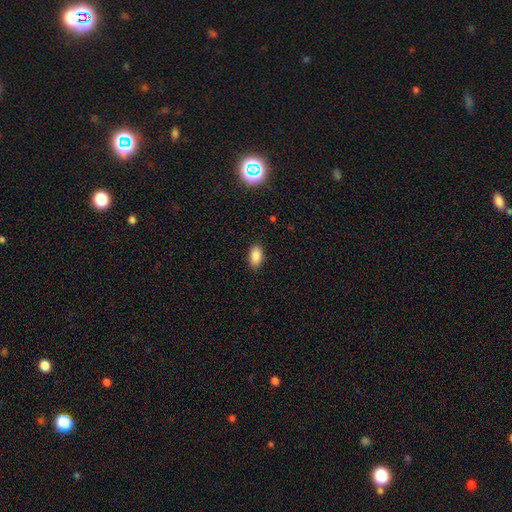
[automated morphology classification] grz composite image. It shows a smooth galaxy with no disk features (87%) that is in between round and cigar-shaped (92%). Merging: none (88%).